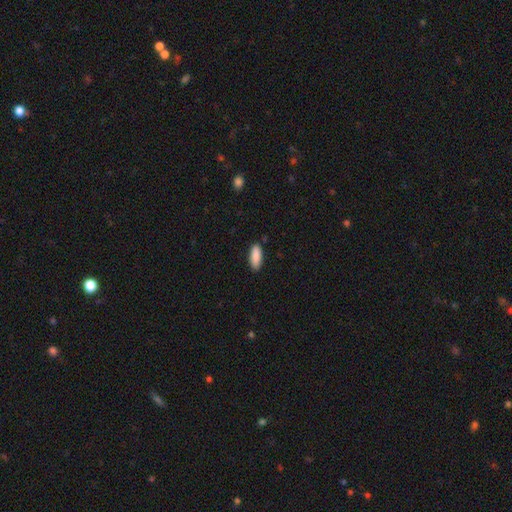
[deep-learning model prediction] smooth-or-featured: smooth: 90% | star or artifact: 6% | featured or disk: 4%
  how-rounded: in between: 76% | cigar-shaped: 22% | round: 2%
  merging: none: 87% | minor disturbance: 10% | major disturbance: 2% | merger: 1%